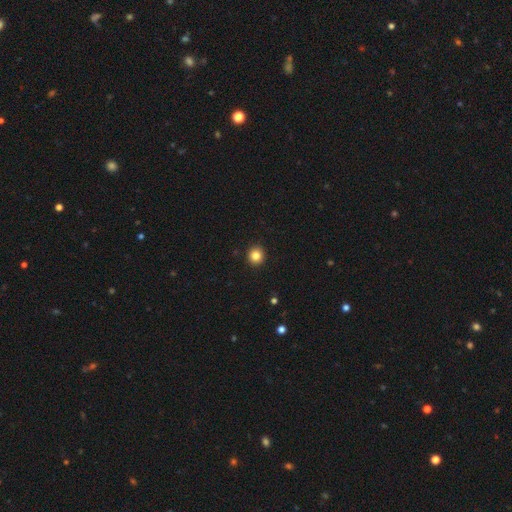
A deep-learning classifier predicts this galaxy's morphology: smooth-or-featured: smooth: 84% | star or artifact: 11% | featured or disk: 5%
  how-rounded: round: 91% | in between: 8% | cigar-shaped: 1%
  merging: none: 93% | minor disturbance: 4% | major disturbance: 1% | merger: 1%